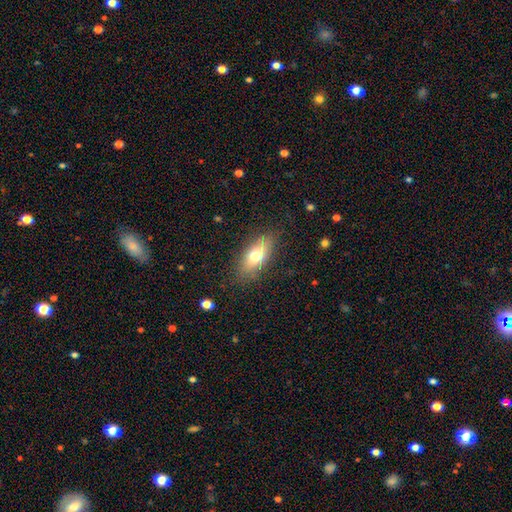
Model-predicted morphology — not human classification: Overall: smooth (66%). How rounded: in between (76%). Merging: none (82%).